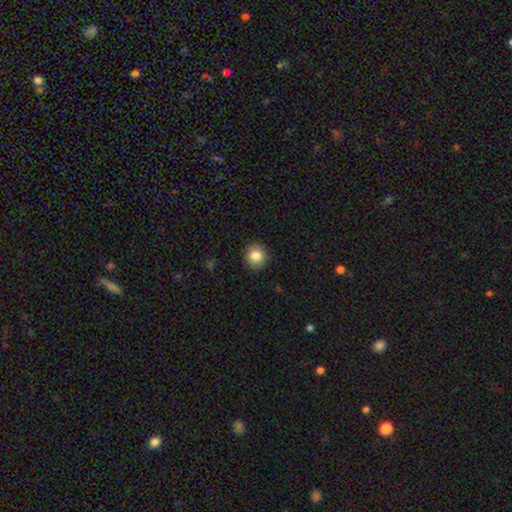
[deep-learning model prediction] A smooth galaxy with no disk features (85%) that is round (88%).

Vote fractions:
- Smooth or featured? smooth: 85% / star or artifact: 9% / featured or disk: 6%
- How rounded? round: 88% / in between: 11% / cigar-shaped: 1%
- Merging? none: 90% / minor disturbance: 7% / major disturbance: 2% / merger: 1%